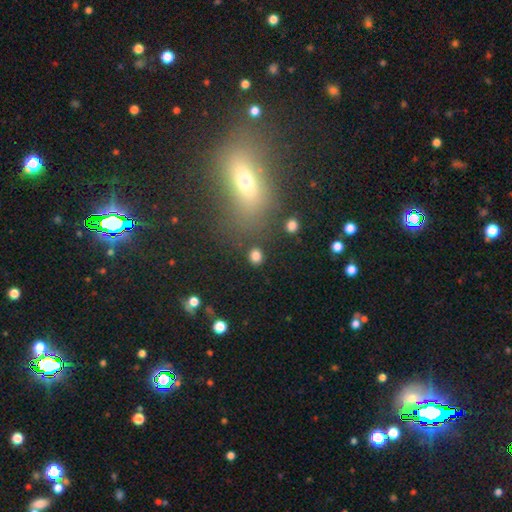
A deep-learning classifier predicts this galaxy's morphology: Overall: smooth (82%). How rounded: round (74%). Merging: none (87%).